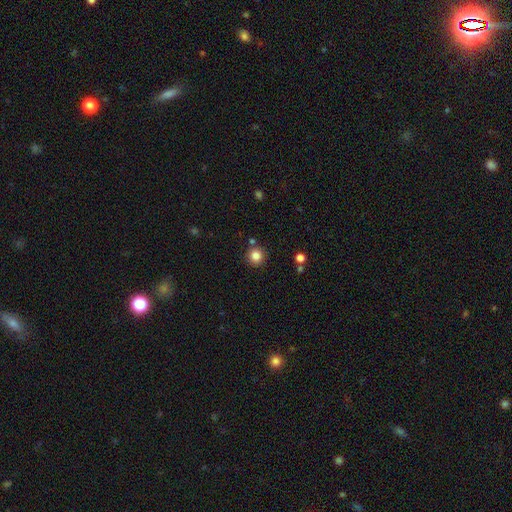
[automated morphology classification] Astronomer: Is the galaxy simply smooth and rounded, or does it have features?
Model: smooth — 83%.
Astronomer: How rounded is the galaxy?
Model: round — 94%.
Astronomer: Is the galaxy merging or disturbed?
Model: none — 84%.